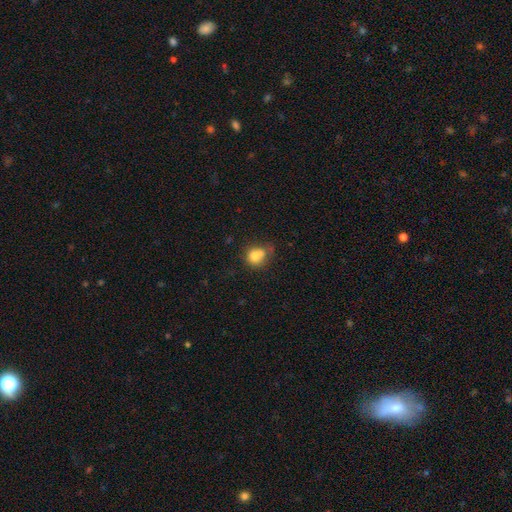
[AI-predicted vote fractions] smooth 79%, star or artifact 11%, featured or disk 11%. Down the decision tree: how rounded — round (68%); merging — none (43%).